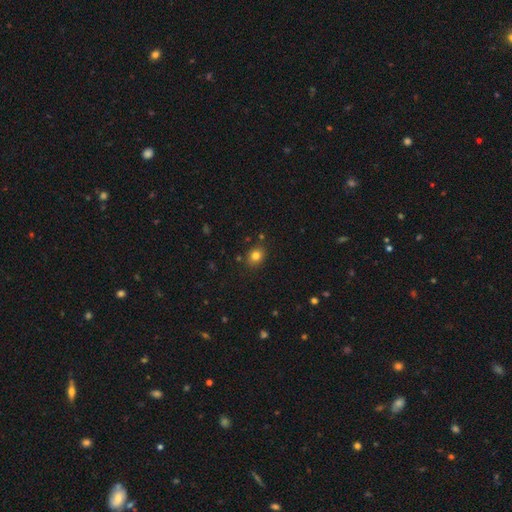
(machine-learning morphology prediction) Smooth or featured: smooth — 80% (star or artifact — 13%)
How rounded: round — 56% (in between — 43%)
Merging: none — 83% (minor disturbance — 11%)